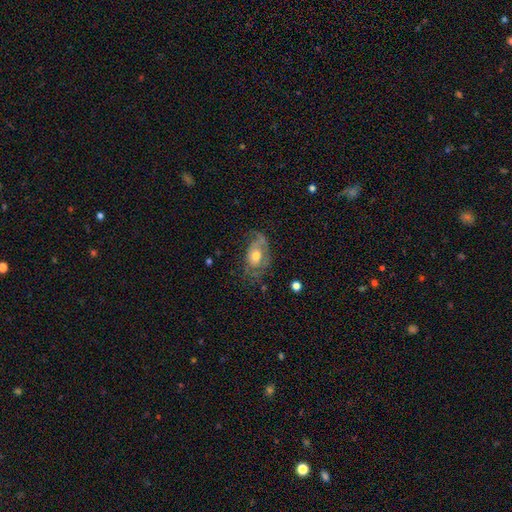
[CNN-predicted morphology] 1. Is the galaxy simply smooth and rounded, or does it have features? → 56% featured or disk, 37% smooth, 8% star or artifact.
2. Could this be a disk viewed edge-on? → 93% no, 7% yes.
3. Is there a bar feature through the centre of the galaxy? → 78% no, 18% weak, 4% strong.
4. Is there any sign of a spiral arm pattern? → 62% yes, 38% no.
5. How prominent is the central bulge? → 68% moderate, 16% small, 13% large, 2% none, 1% dominant.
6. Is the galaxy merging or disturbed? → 42% none, 28% minor disturbance, 27% major disturbance, 2% merger.